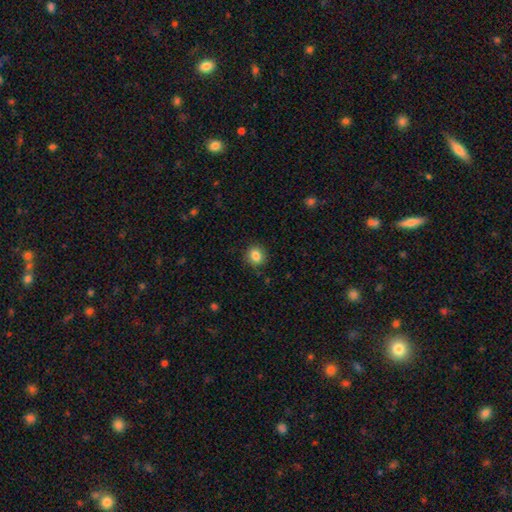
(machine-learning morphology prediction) This is clearly a smooth galaxy (85%). How rounded: likely round (78%). Merging: clearly none (87%).